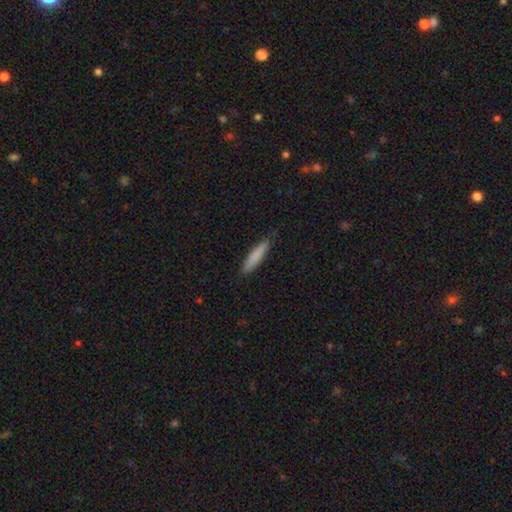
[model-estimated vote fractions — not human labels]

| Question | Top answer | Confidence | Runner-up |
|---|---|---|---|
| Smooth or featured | smooth | 83% | featured or disk (11%) |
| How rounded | cigar-shaped | 88% | in between (11%) |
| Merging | none | 87% | minor disturbance (10%) |